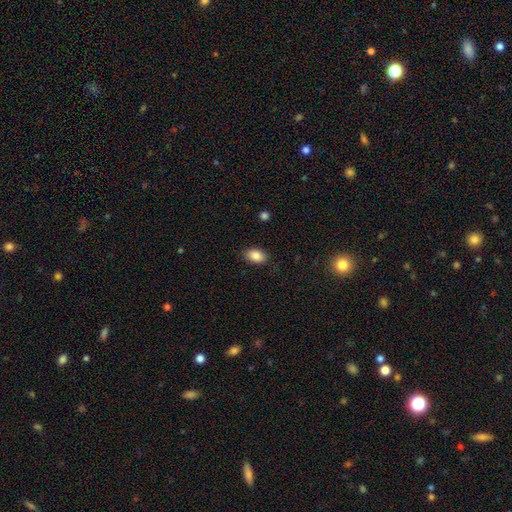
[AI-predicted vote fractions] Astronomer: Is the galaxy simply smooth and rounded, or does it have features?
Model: smooth — 86%.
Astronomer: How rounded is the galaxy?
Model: in between — 86%.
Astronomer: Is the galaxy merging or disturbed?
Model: none — 86%.